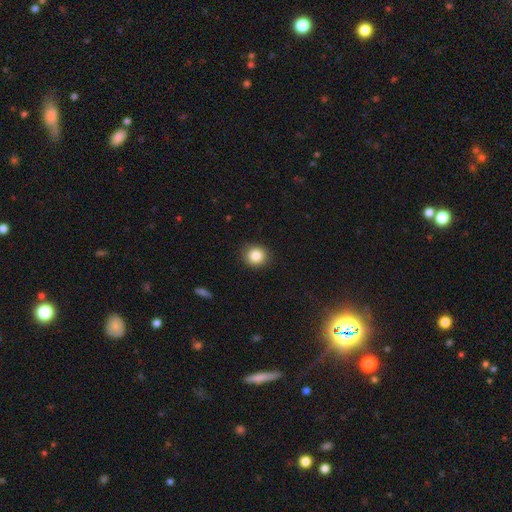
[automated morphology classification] Smooth or featured? smooth (85%)
How rounded? round (84%)
Merging? none (87%)